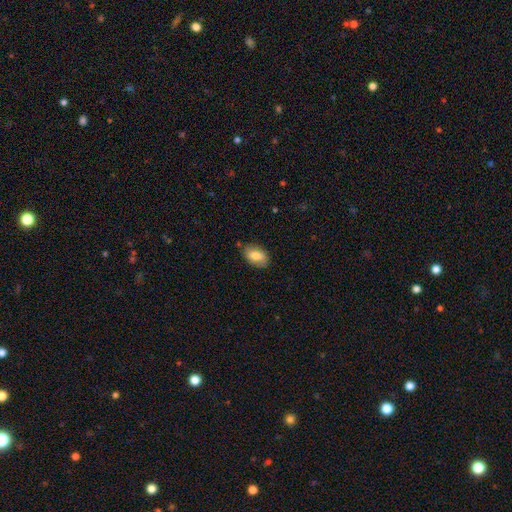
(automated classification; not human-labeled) Q: Smooth or featured?
A: smooth (81%); runner-up: featured or disk (12%)
Q: How rounded?
A: in between (92%); runner-up: round (7%)
Q: Merging?
A: none (82%); runner-up: minor disturbance (14%)